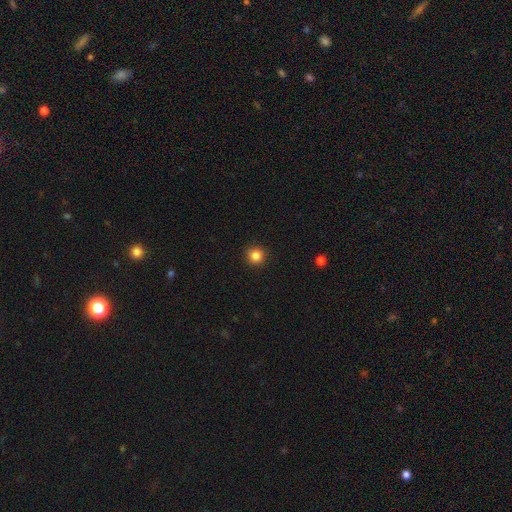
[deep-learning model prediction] A smooth galaxy with no disk features (85%) that is round (95%).

Vote fractions:
- Smooth or featured? smooth: 85% / star or artifact: 11% / featured or disk: 4%
- How rounded? round: 95% / in between: 5% / cigar-shaped: 1%
- Merging? none: 92% / minor disturbance: 5% / major disturbance: 2% / merger: 1%